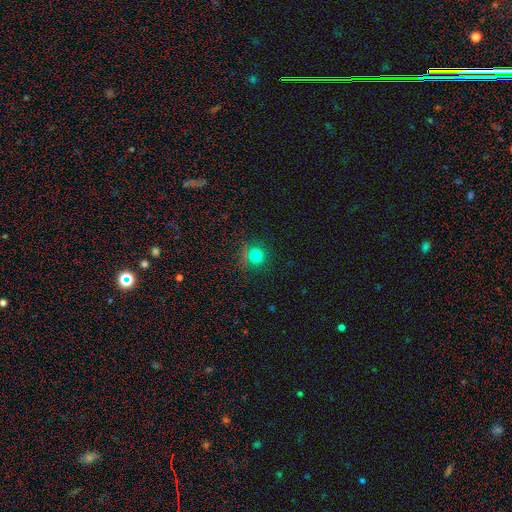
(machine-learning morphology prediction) A smooth galaxy with no disk features (76%) that is round (93%).

Vote fractions:
- Smooth or featured? smooth: 76% / star or artifact: 18% / featured or disk: 6%
- How rounded? round: 93% / in between: 6% / cigar-shaped: 1%
- Merging? none: 86% / minor disturbance: 8% / major disturbance: 3% / merger: 2%